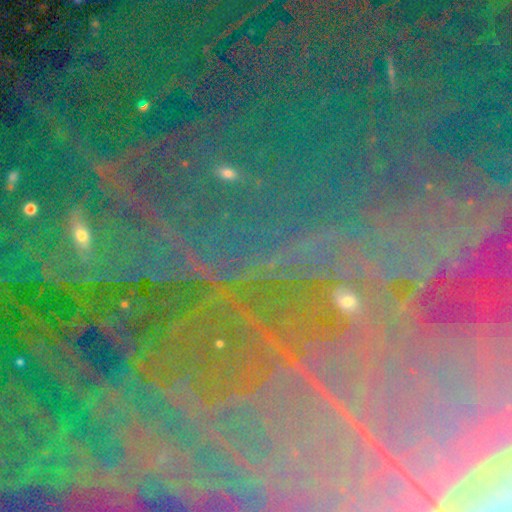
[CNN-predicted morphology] A star or artifact, not a galaxy (86%).

Vote fractions:
- Smooth or featured? star or artifact: 86% / featured or disk: 7% / smooth: 6%